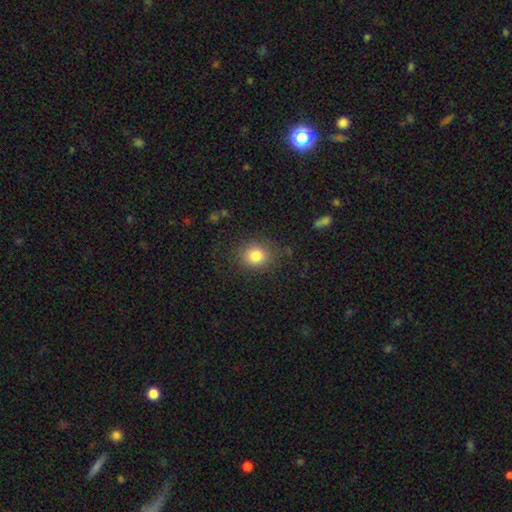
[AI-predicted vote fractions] A smooth galaxy with no disk features (81%) that is round (70%).

Vote fractions:
- Smooth or featured? smooth: 81% / star or artifact: 11% / featured or disk: 8%
- How rounded? round: 70% / in between: 29% / cigar-shaped: 1%
- Merging? none: 83% / minor disturbance: 11% / major disturbance: 4% / merger: 1%